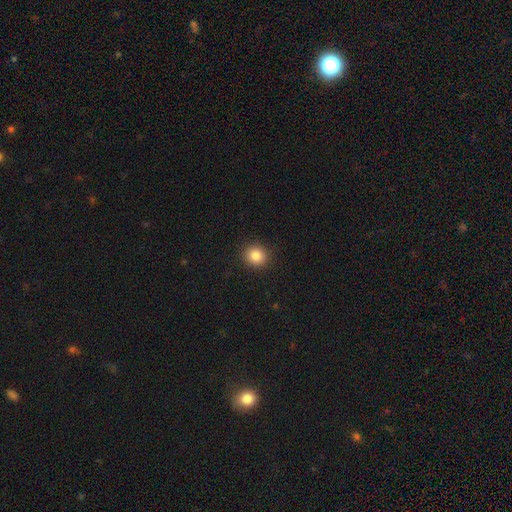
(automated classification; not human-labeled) Smooth or featured? Predicted: smooth (p=0.85). How rounded? Predicted: round (p=0.82). Merging? Predicted: none (p=0.91).